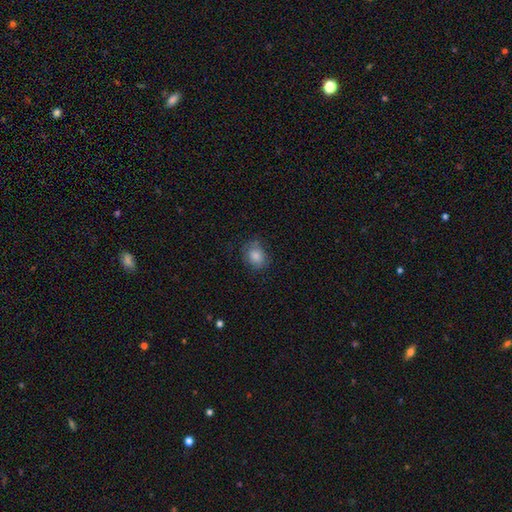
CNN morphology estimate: smooth-or-featured: smooth: 82% | featured or disk: 9% | star or artifact: 9%
  how-rounded: round: 54% | in between: 45% | cigar-shaped: 1%
  merging: none: 67% | minor disturbance: 24% | major disturbance: 8% | merger: 1%